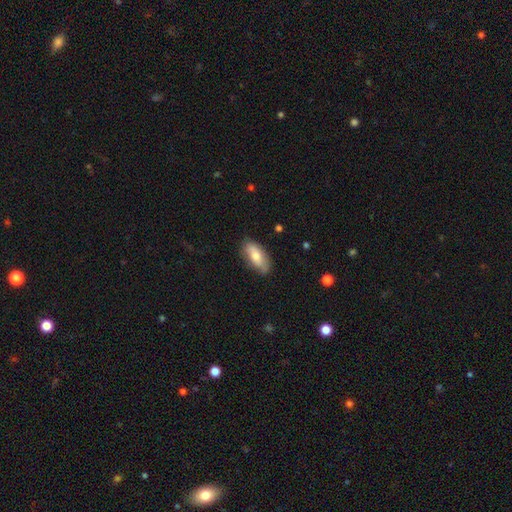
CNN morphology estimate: Smooth or featured?
  - smooth: 69% *
  - featured or disk: 25%
  - star or artifact: 6%
How rounded?
  - in between: 87% *
  - cigar-shaped: 10%
  - round: 3%
Merging?
  - none: 80% *
  - minor disturbance: 15%
  - major disturbance: 3%
  - merger: 1%